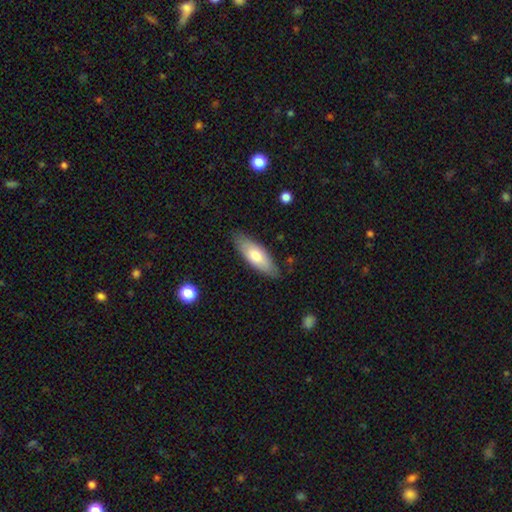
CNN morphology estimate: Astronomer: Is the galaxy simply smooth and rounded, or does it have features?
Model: smooth — 71%.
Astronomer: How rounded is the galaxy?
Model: in between — 66%.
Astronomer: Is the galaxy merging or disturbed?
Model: none — 84%.